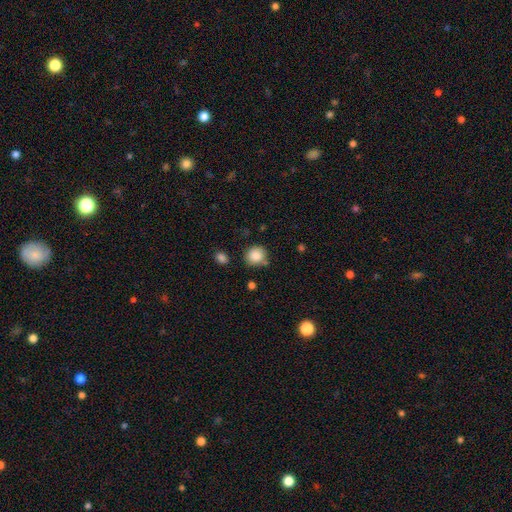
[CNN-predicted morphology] Smooth or featured? Predicted: smooth (p=0.87). How rounded? Predicted: round (p=0.84). Merging? Predicted: none (p=0.75).